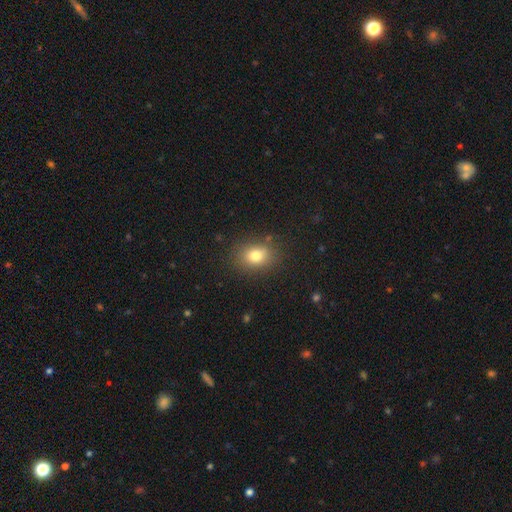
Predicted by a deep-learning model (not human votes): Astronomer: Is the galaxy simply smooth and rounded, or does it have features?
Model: smooth — 78%.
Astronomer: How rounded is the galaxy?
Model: in between — 57% (runner-up: round, 42%).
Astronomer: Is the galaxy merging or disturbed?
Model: none — 83%.